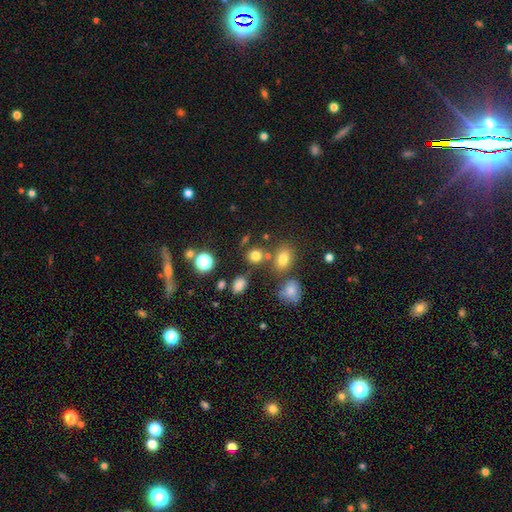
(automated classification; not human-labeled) A smooth galaxy with no disk features (75%) that is round (73%). Merging: none (71%).